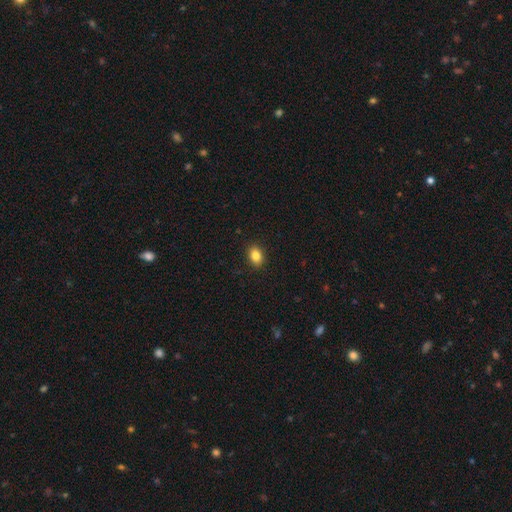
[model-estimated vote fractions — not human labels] The model was most divided on "how rounded": in between: 75%, round: 24%, cigar-shaped: 1%. More confident: merging — none (90%); smooth or featured — smooth (84%).